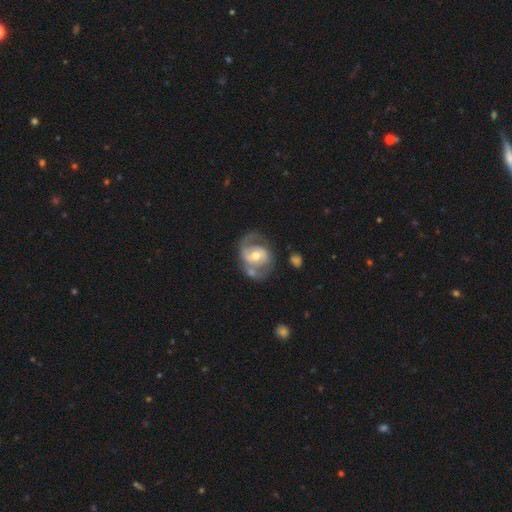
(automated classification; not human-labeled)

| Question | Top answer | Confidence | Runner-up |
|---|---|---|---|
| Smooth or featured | featured or disk | 79% | smooth (16%) |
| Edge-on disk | no | 97% | yes (3%) |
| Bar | no | 46% | weak (38%) |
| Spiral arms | yes | 87% | no (13%) |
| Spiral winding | medium | 49% | tight (28%) |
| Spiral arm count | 2 | 73% | 1 (15%) |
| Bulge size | moderate | 68% | small (23%) |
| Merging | none | 54% | minor disturbance (20%) |